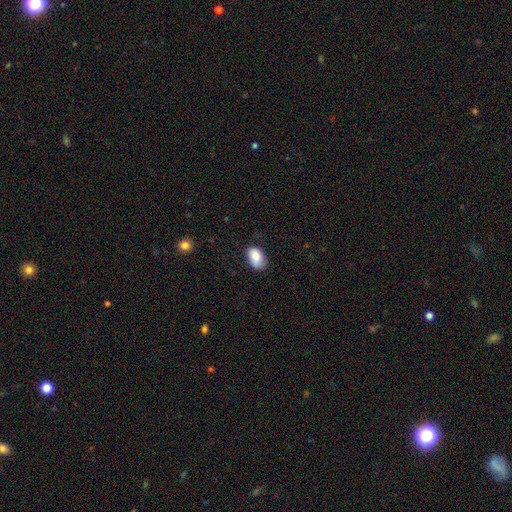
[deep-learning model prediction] Overall: smooth (83%). How rounded: in between (90%). Merging: none (66%; minor disturbance 27%).